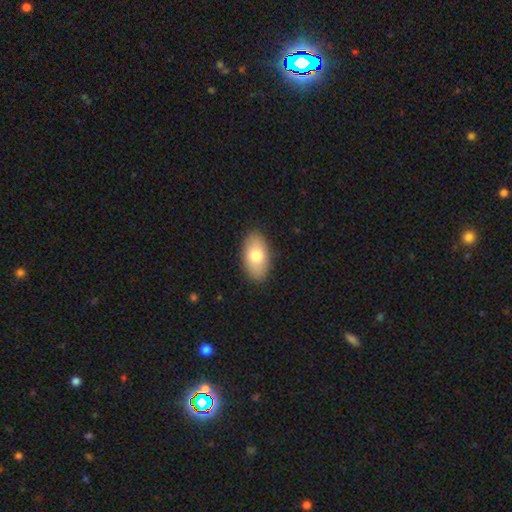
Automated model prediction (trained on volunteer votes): Smooth or featured? Predicted: smooth (p=0.76). How rounded? Predicted: in between (p=0.94). Merging? Predicted: none (p=0.87).